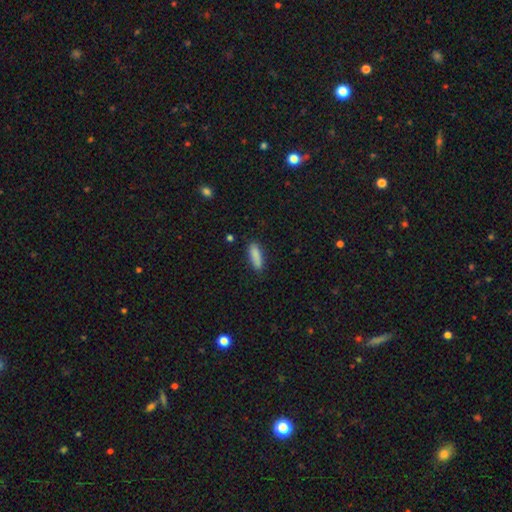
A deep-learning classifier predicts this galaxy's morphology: Smooth or featured: smooth — 87% (star or artifact — 7%)
How rounded: in between — 50% (cigar-shaped — 48%)
Merging: none — 82% (minor disturbance — 14%)